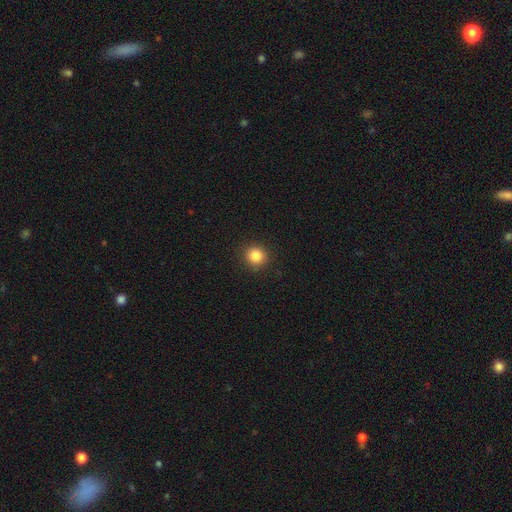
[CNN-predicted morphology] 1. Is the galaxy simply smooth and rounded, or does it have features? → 85% smooth, 11% star or artifact, 4% featured or disk.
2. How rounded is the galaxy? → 91% round, 8% in between, 1% cigar-shaped.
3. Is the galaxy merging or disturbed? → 91% none, 6% minor disturbance, 2% major disturbance, 1% merger.